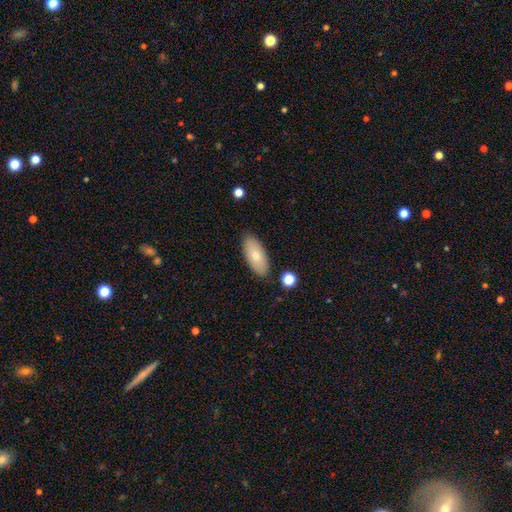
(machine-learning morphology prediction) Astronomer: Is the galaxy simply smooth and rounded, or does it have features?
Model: smooth — 78%.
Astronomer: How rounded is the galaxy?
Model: in between — 88%.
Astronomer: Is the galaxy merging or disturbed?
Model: none — 86%.